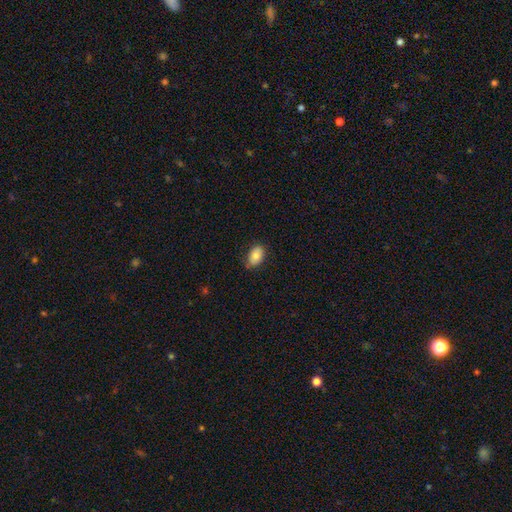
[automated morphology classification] smooth 84%, featured or disk 9%, star or artifact 7%. Down the decision tree: how rounded — in between (90%); merging — none (76%).